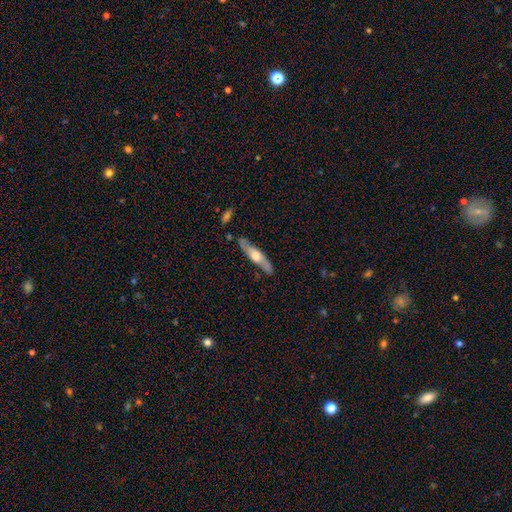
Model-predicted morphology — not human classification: Smooth or featured? Predicted: featured or disk (p=0.60). Edge-on disk? Predicted: yes (p=0.74). Merging? Predicted: none (p=0.80).